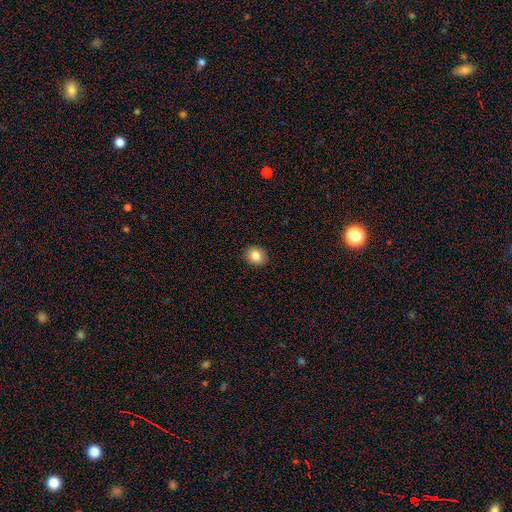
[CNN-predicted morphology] smooth 85%, star or artifact 9%, featured or disk 6%. Down the decision tree: how rounded — round (60%); merging — none (90%).